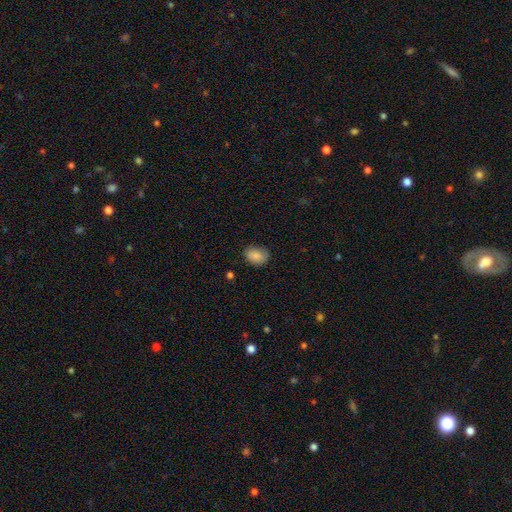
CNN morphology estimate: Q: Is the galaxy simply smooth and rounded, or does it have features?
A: smooth — 86%.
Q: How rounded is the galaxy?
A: in between — 67%.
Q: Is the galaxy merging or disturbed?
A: none — 76%.